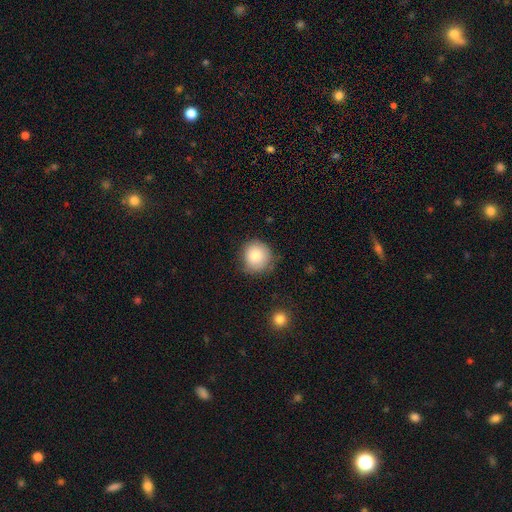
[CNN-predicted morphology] A smooth galaxy with no disk features (80%) that is round (91%). Merging: none (75%).